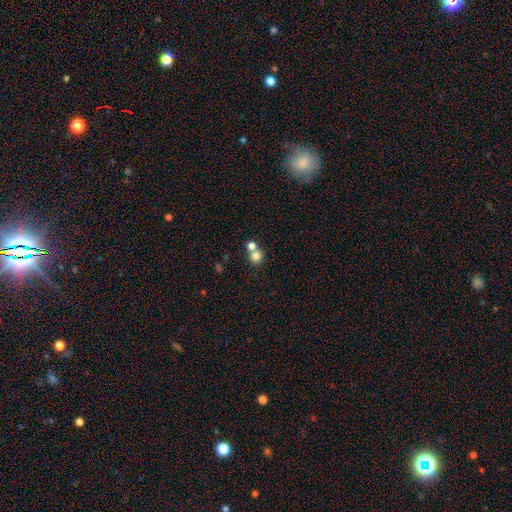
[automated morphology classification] Smooth or featured? smooth (78%)
How rounded? round (87%)
Merging? merger (47%)